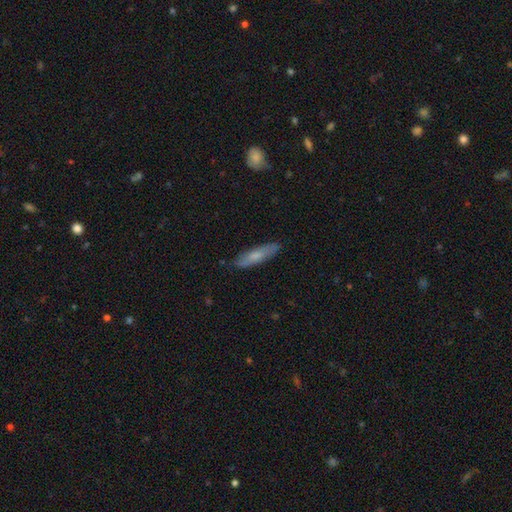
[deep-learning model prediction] Morphology: type=smooth (66%); roundness=cigar-shaped (76%); merging=none (85%).